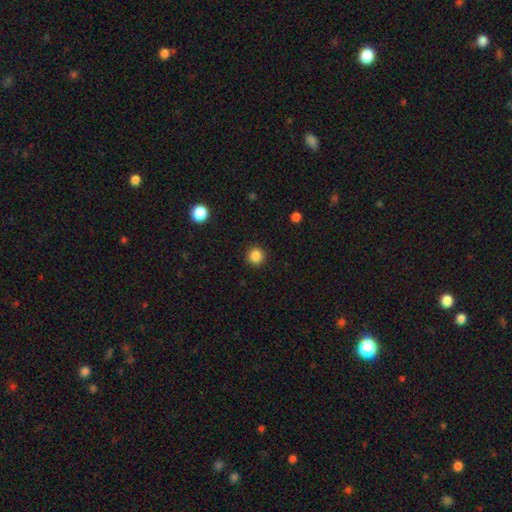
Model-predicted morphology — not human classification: Q: Smooth or featured?
A: smooth (85%); runner-up: star or artifact (11%)
Q: How rounded?
A: round (94%); runner-up: in between (5%)
Q: Merging?
A: none (92%); runner-up: minor disturbance (5%)